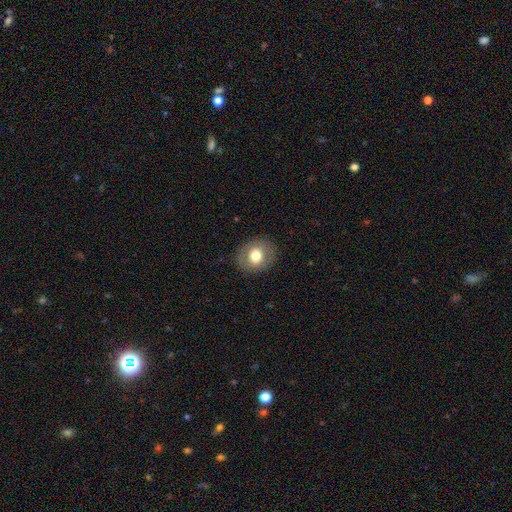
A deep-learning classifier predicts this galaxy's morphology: Smooth or featured?
  - smooth: 72% *
  - featured or disk: 20%
  - star or artifact: 9%
How rounded?
  - round: 66% *
  - in between: 33%
  - cigar-shaped: 1%
Merging?
  - none: 86% *
  - minor disturbance: 9%
  - major disturbance: 4%
  - merger: 1%